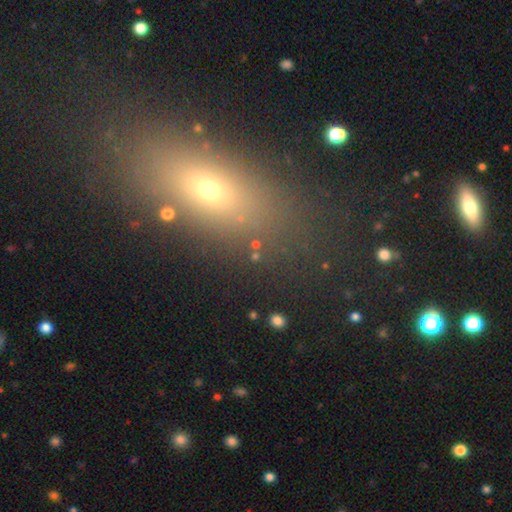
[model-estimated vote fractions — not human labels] A smooth galaxy with no disk features (57%) that is in between round and cigar-shaped (65%). Merging: none (81%).